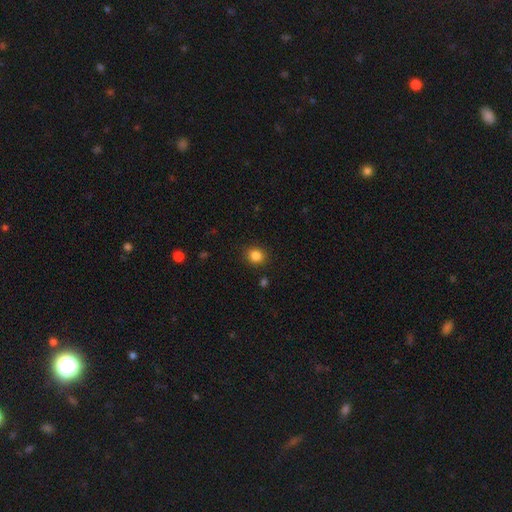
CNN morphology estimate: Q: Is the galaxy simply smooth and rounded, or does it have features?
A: smooth — 84%.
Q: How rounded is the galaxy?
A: round — 78%.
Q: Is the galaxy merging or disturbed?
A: none — 89%.